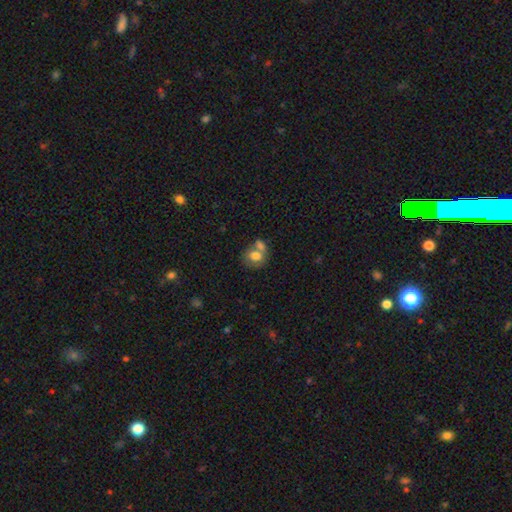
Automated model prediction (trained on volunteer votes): This appears to be a smooth galaxy with no disk features (74%) that is round (57%). Merging: merger (46%).